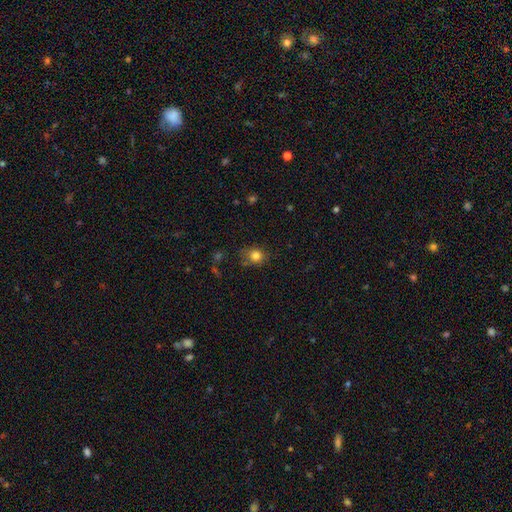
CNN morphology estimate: Smooth or featured? smooth (81%)
How rounded? round (73%)
Merging? none (72%)